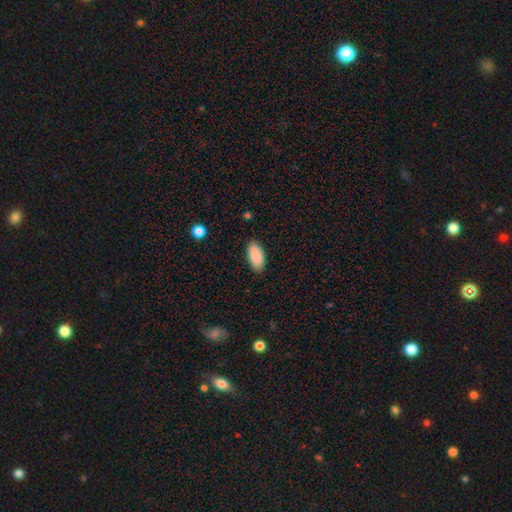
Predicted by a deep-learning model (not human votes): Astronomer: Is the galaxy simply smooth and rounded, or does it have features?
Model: smooth — 90%.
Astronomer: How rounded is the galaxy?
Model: in between — 91%.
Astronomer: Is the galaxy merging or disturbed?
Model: none — 86%.